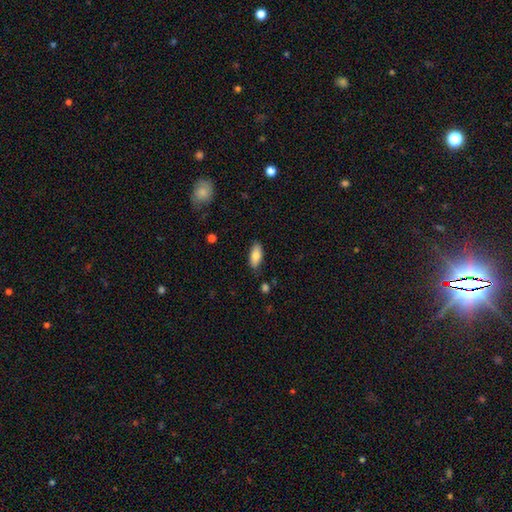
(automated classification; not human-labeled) The model was most divided on "smooth or featured": smooth: 81%, featured or disk: 12%, star or artifact: 6%. More confident: how rounded — in between (86%); merging — none (83%).